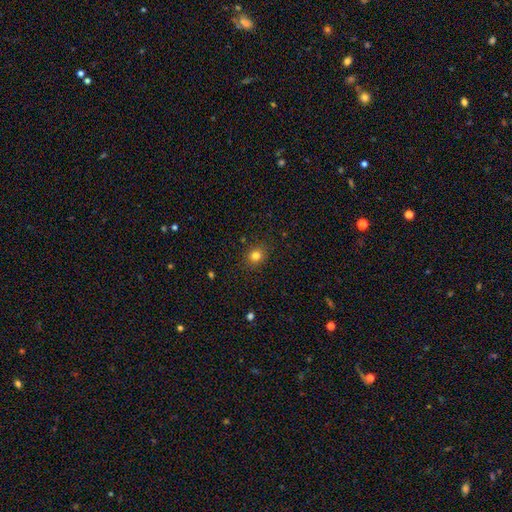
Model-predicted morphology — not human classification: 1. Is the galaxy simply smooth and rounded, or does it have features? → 80% smooth, 13% star or artifact, 6% featured or disk.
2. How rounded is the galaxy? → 72% round, 27% in between, 1% cigar-shaped.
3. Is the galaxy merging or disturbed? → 88% none, 9% minor disturbance, 3% major disturbance, 1% merger.